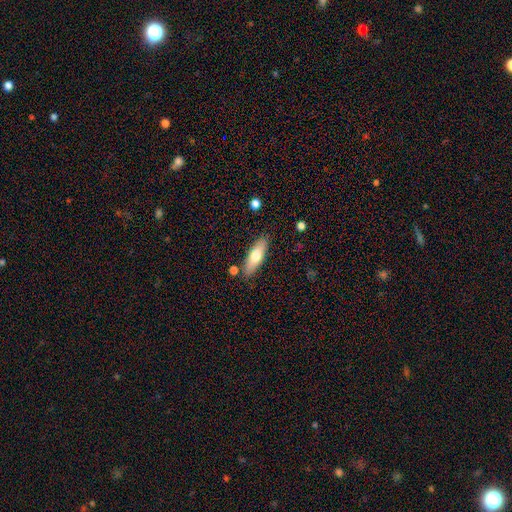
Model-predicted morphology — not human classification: The model was most divided on "how rounded": in between: 58%, cigar-shaped: 40%, round: 2%. More confident: merging — none (84%); smooth or featured — smooth (67%).